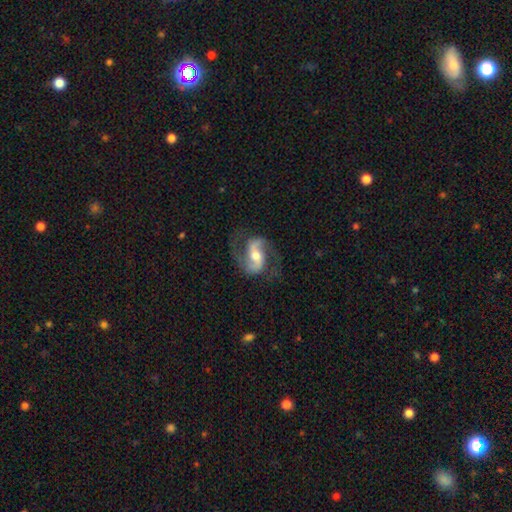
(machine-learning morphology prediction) Q: Smooth or featured?
A: featured or disk (89%); runner-up: smooth (6%)
Q: Edge-on disk?
A: no (97%); runner-up: yes (3%)
Q: Bar?
A: weak (41%); runner-up: no (31%)
Q: Spiral arms?
A: yes (97%); runner-up: no (3%)
Q: Spiral winding?
A: medium (51%); runner-up: loose (38%)
Q: Spiral arm count?
A: 2 (93%); runner-up: can't tell (2%)
Q: Bulge size?
A: moderate (66%); runner-up: small (21%)
Q: Merging?
A: none (75%); runner-up: minor disturbance (15%)